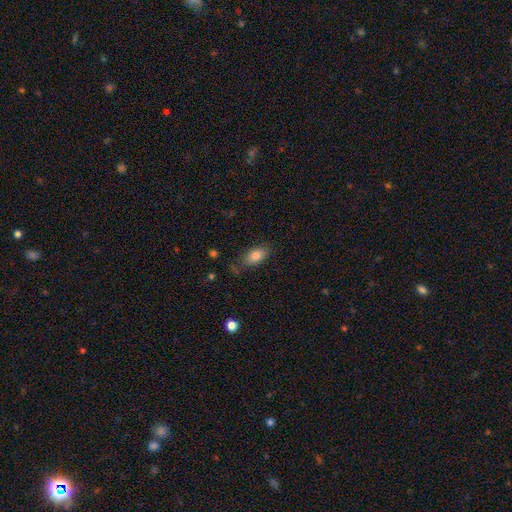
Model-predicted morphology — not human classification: Q: Smooth or featured?
A: smooth (82%); runner-up: featured or disk (10%)
Q: How rounded?
A: in between (89%); runner-up: round (7%)
Q: Merging?
A: none (74%); runner-up: minor disturbance (18%)